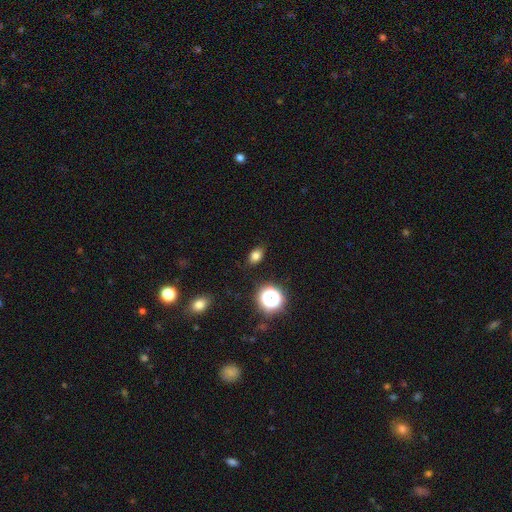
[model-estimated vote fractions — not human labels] This is likely a smooth galaxy (77%). How rounded: likely in between (77%). Merging: clearly none (85%).